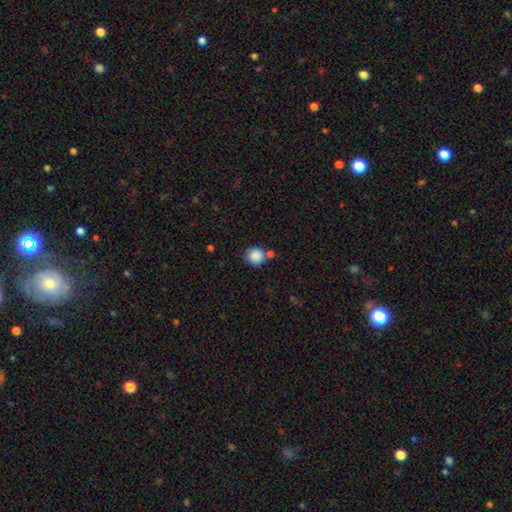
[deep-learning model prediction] smooth-or-featured: smooth: 87% | star or artifact: 8% | featured or disk: 4%
  how-rounded: round: 91% | in between: 8% | cigar-shaped: 1%
  merging: none: 69% | merger: 15% | minor disturbance: 13% | major disturbance: 4%